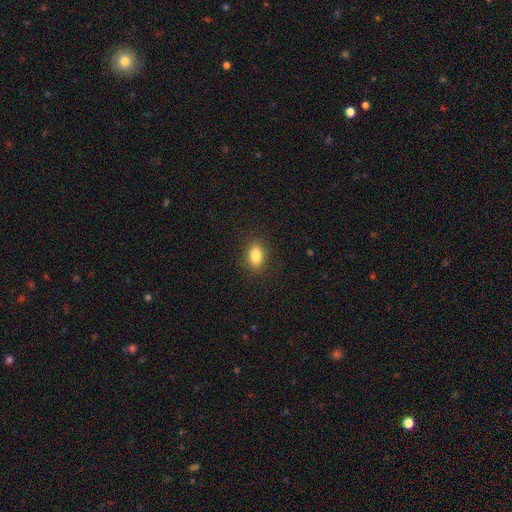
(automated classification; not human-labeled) A smooth galaxy with no disk features (85%) that is in between round and cigar-shaped (80%).

Vote fractions:
- Smooth or featured? smooth: 85% / star or artifact: 9% / featured or disk: 6%
- How rounded? in between: 80% / round: 17% / cigar-shaped: 2%
- Merging? none: 88% / minor disturbance: 9% / major disturbance: 3% / merger: 1%